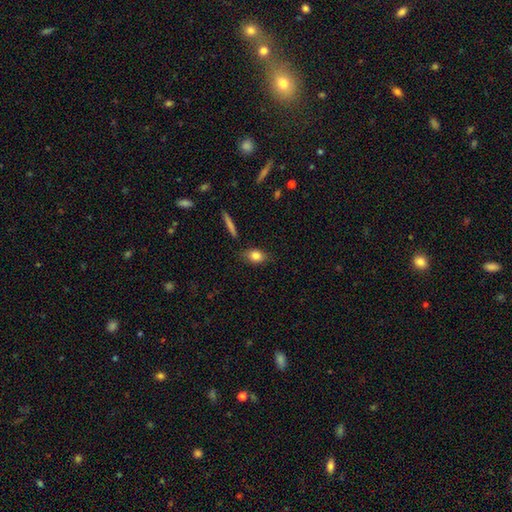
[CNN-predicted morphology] smooth 80%, featured or disk 12%, star or artifact 8%. Down the decision tree: how rounded — in between (72%); merging — none (79%).